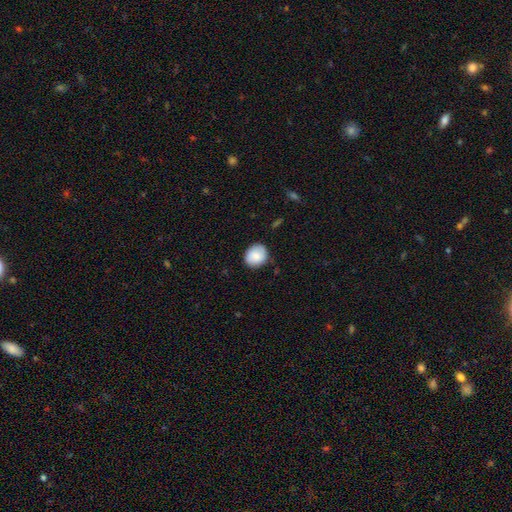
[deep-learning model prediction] Smooth or featured? smooth (84%)
How rounded? round (75%)
Merging? none (83%)